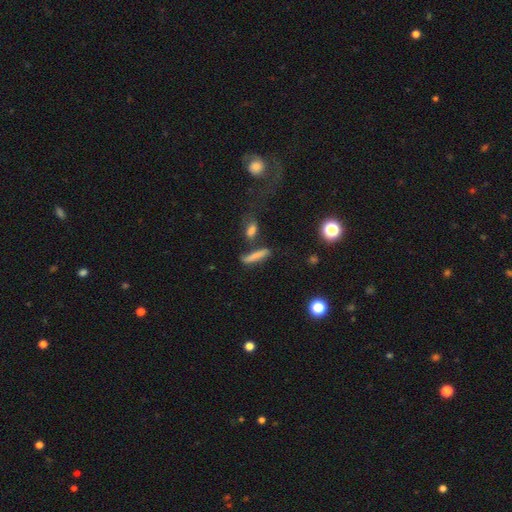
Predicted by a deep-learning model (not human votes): smooth 74%, featured or disk 16%, star or artifact 10%. Down the decision tree: how rounded — cigar-shaped (83%); merging — none (65%).